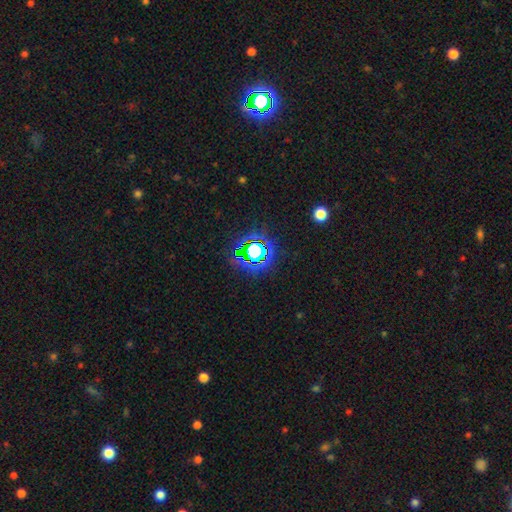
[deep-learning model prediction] star or artifact 72%, smooth 17%, featured or disk 10%.